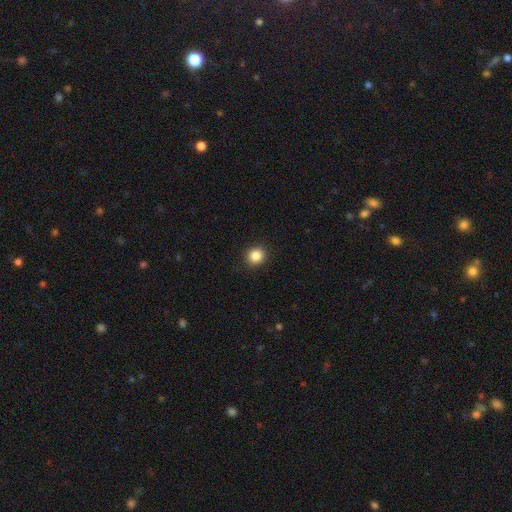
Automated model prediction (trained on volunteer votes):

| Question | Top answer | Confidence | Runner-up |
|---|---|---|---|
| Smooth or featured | smooth | 85% | star or artifact (11%) |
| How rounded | round | 88% | in between (11%) |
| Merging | none | 92% | minor disturbance (5%) |